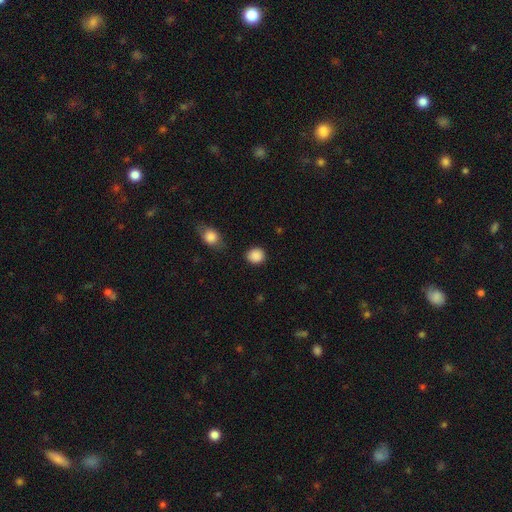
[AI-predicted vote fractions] smooth 88%, star or artifact 9%, featured or disk 3%. Down the decision tree: how rounded — round (82%); merging — none (85%).